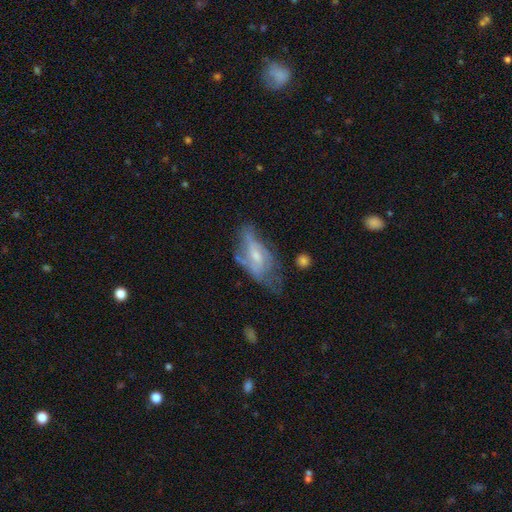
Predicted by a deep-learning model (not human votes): This is likely a featured or disk galaxy (67%). It is clearly not viewed edge-on (91%). Bar: possibly no (50%). Spiral arm pattern: likely yes (70%). Central bulge: possibly small (49%). Merging: marginally none (38%).